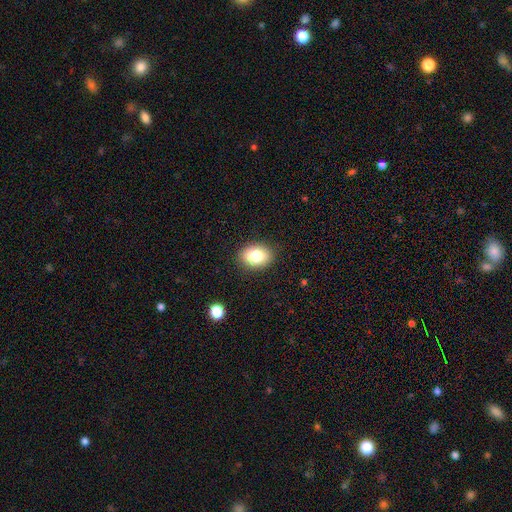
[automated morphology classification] smooth_or_featured: smooth (p=0.81) [alt: featured or disk p=0.11]
how_rounded: in between (p=0.74) [alt: round p=0.25]
merging: none (p=0.88) [alt: minor disturbance p=0.09]